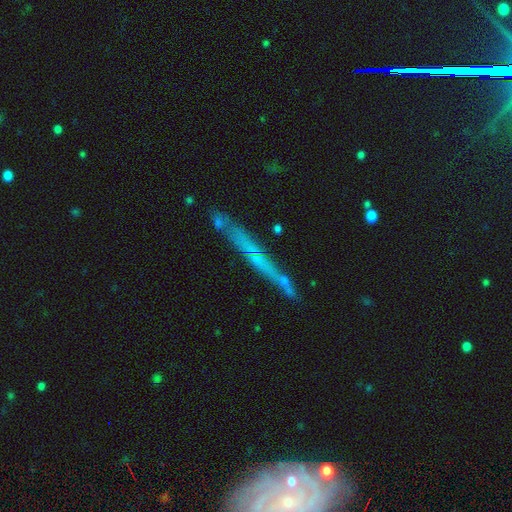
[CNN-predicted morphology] featured or disk 52%, smooth 38%, star or artifact 10%. Down the decision tree: edge-on disk — yes (92%); merging — none (81%).